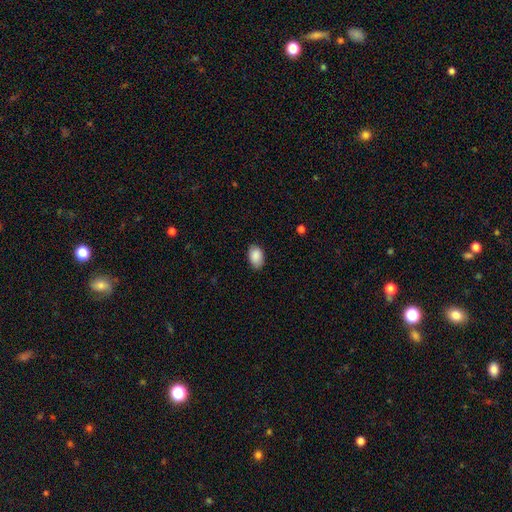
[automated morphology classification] Smooth or featured? smooth (89%)
How rounded? in between (91%)
Merging? none (83%)